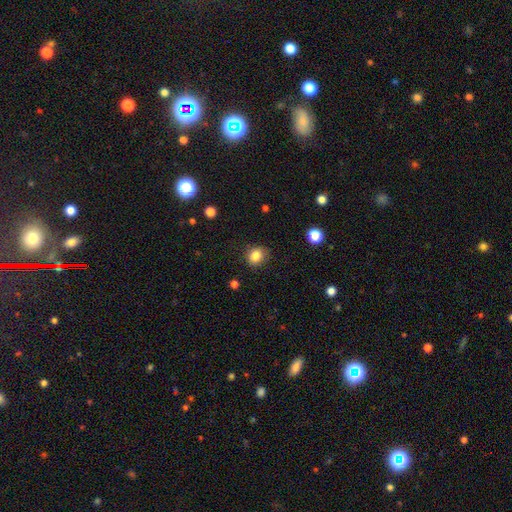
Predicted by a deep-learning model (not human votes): This is clearly a smooth galaxy (84%). How rounded: likely round (71%). Merging: clearly none (83%).